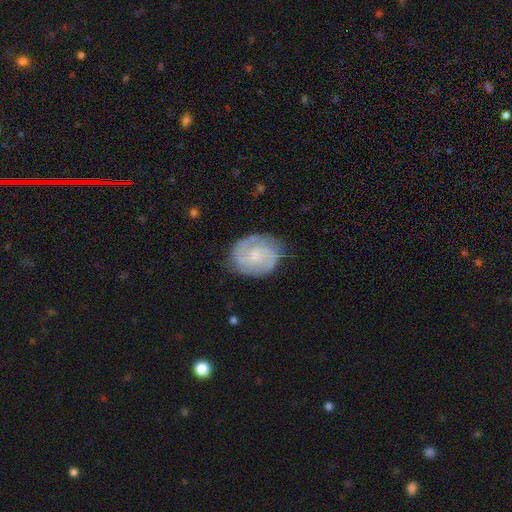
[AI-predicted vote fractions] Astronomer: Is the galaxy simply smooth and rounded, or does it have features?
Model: featured or disk — 78%.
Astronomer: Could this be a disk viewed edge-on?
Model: no — 98%.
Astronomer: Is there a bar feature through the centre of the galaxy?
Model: no — 60%.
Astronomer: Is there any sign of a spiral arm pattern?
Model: yes — 94%.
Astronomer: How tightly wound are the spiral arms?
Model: tight — 47% (runner-up: medium, 43%).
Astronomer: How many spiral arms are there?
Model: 2 — 61%.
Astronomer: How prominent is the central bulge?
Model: small — 57% (runner-up: moderate, 33%).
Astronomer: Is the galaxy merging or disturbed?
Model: none — 79%.